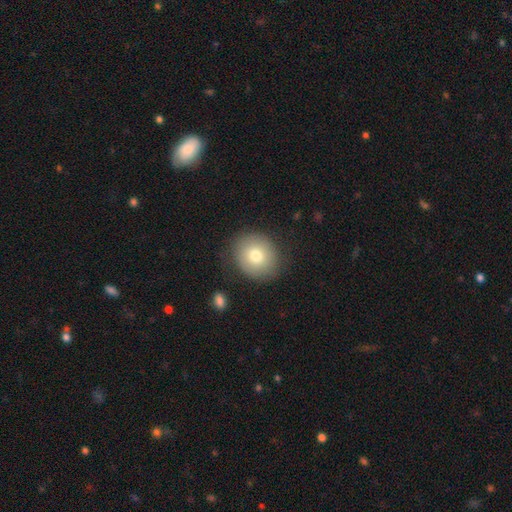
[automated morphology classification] smooth 75%, featured or disk 16%, star or artifact 9%. Down the decision tree: how rounded — round (80%); merging — none (82%).